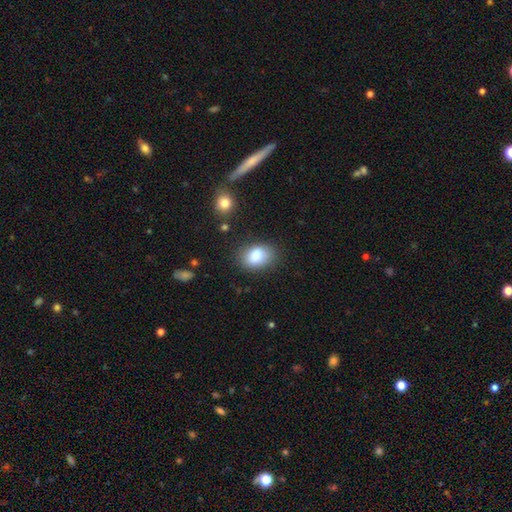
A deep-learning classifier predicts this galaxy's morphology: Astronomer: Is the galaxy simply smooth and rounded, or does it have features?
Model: smooth — 84%.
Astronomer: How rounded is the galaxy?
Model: in between — 78%.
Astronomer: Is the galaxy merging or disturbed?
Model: none — 81%.